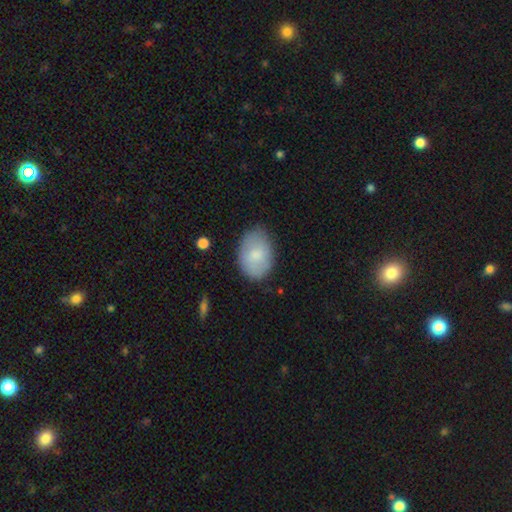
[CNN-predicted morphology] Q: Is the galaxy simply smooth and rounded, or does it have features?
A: smooth — 78%.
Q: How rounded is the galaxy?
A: in between — 83%.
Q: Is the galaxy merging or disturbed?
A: none — 78%.